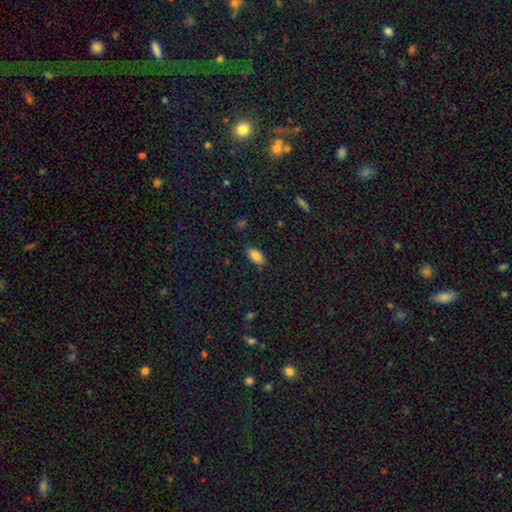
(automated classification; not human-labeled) A smooth galaxy with no disk features (84%) that is in between round and cigar-shaped (92%). Merging: none (80%).